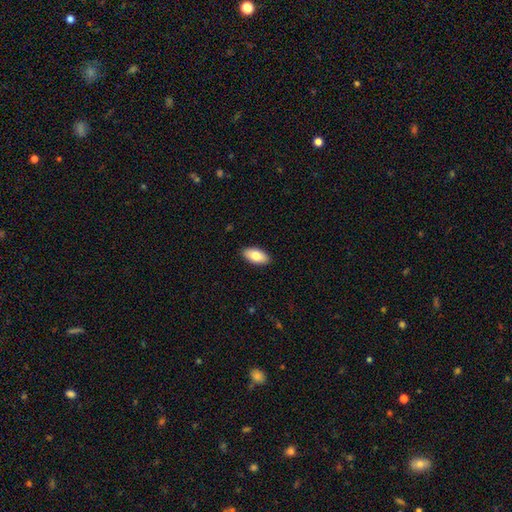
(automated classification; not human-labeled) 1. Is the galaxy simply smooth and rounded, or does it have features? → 80% smooth, 14% featured or disk, 6% star or artifact.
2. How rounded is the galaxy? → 93% in between, 5% cigar-shaped, 3% round.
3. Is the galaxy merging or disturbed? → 90% none, 7% minor disturbance, 2% major disturbance, 1% merger.